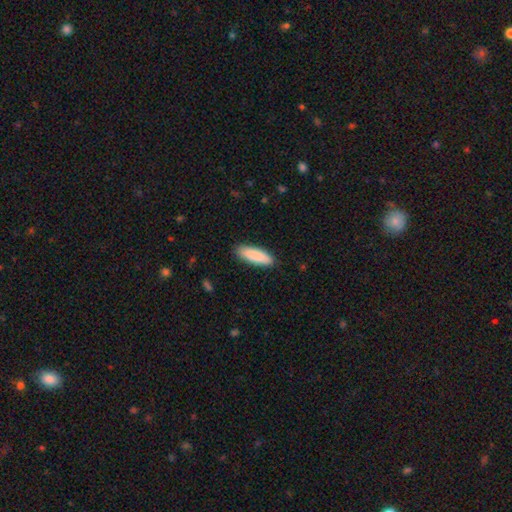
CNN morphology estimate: A smooth galaxy with no disk features (89%) that is in between round and cigar-shaped (53%). Merging: none (88%).